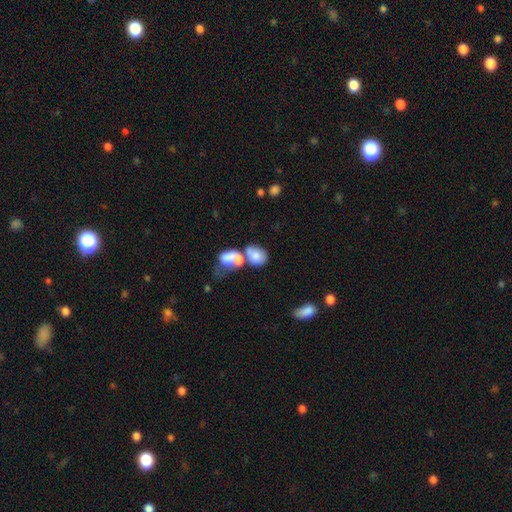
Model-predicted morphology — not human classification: Smooth or featured? Predicted: smooth (p=0.71). How rounded? Predicted: in between (p=0.68). Merging? Predicted: merger (p=0.61).